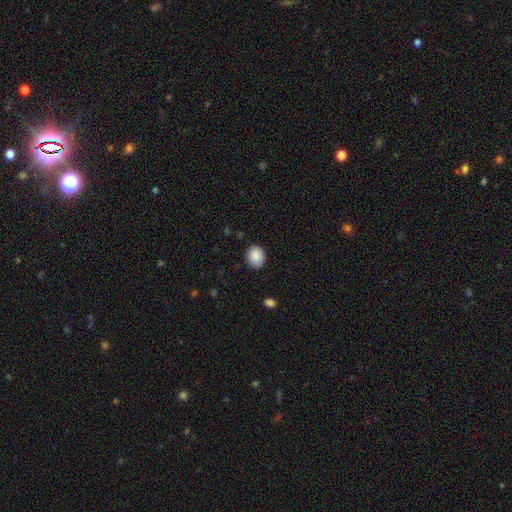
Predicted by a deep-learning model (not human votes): Smooth or featured: smooth — 89% (star or artifact — 8%)
How rounded: round — 61% (in between — 39%)
Merging: none — 87% (minor disturbance — 10%)